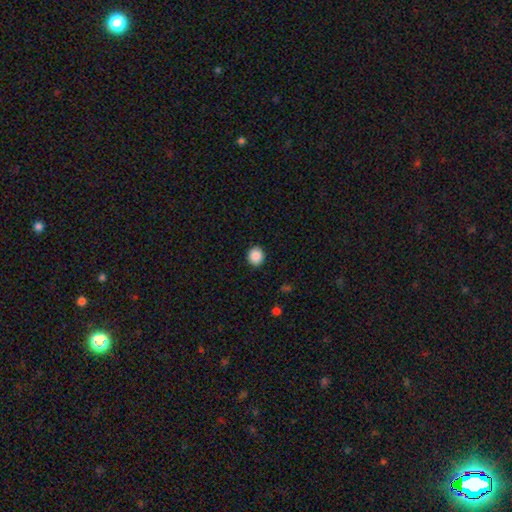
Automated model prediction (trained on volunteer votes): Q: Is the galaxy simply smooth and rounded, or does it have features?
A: smooth — 89%.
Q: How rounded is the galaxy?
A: round — 81%.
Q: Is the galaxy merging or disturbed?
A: none — 91%.